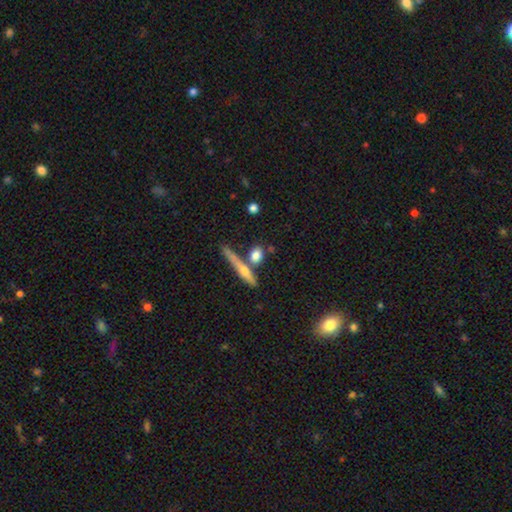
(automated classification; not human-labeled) smooth 74%, featured or disk 18%, star or artifact 8%. Down the decision tree: how rounded — in between (37%); merging — none (62%).